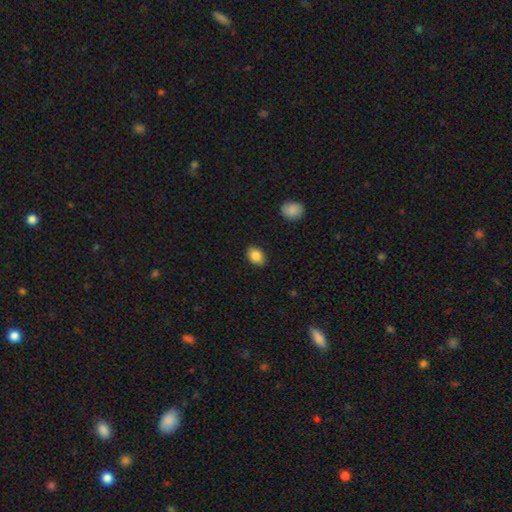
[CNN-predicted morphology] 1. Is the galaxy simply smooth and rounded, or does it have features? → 86% smooth, 8% star or artifact, 6% featured or disk.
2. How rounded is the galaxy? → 75% in between, 24% round, 1% cigar-shaped.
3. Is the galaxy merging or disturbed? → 88% none, 9% minor disturbance, 2% major disturbance, 1% merger.